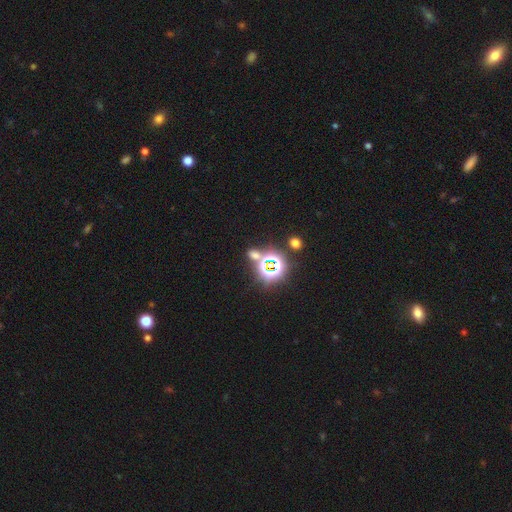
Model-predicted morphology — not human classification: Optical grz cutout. It shows a star or artifact, not a galaxy (57%).